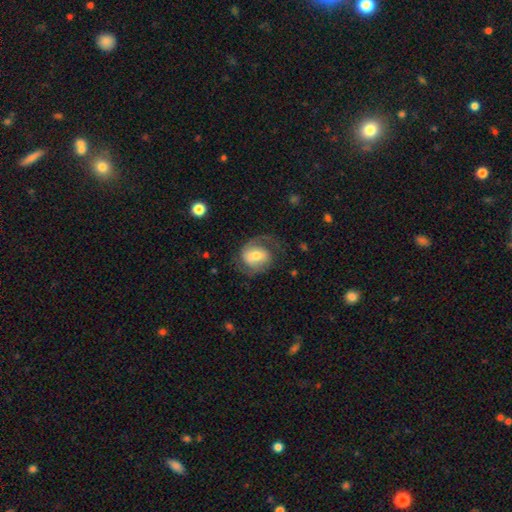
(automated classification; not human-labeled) featured or disk 66%, smooth 27%, star or artifact 7%. Down the decision tree: edge-on disk — no (97%); bar — weak (43%); spiral arms — yes (89%); spiral arm count — 2 (74%); spiral winding — medium (46%); bulge size — moderate (60%); merging — none (60%).